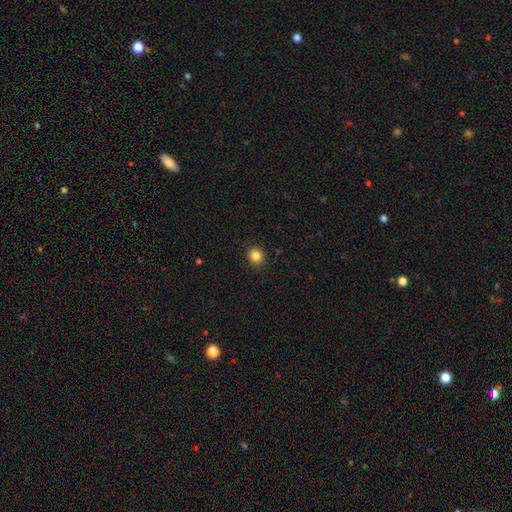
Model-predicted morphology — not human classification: This appears to be a smooth galaxy with no disk features (85%) that is round (83%). Merging: none (91%).